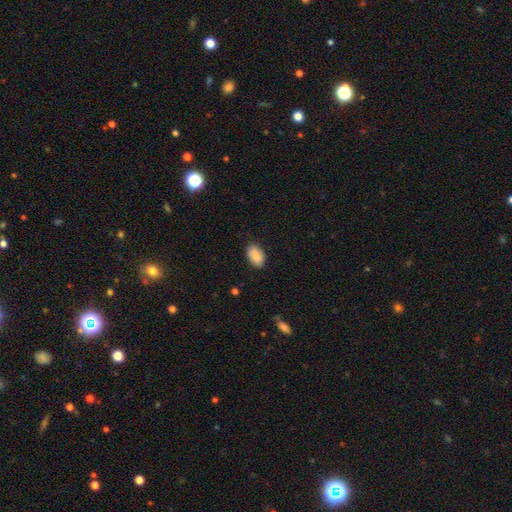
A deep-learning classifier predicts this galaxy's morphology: smooth_or_featured: smooth (p=0.86) [alt: featured or disk p=0.07]
how_rounded: in between (p=0.92) [alt: round p=0.06]
merging: none (p=0.82) [alt: minor disturbance p=0.15]